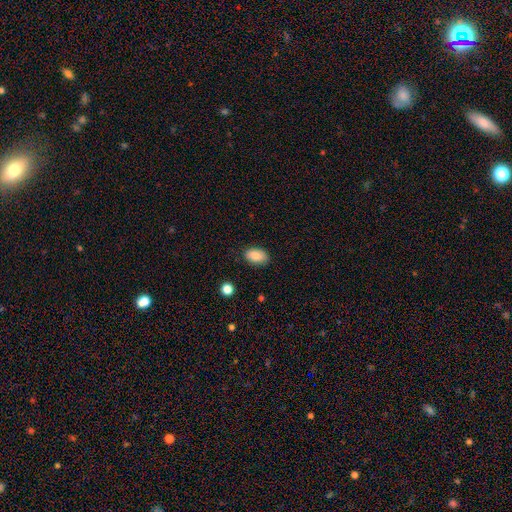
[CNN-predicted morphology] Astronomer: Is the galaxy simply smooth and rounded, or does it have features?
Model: smooth — 88%.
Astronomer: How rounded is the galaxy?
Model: in between — 92%.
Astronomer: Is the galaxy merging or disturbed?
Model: none — 85%.